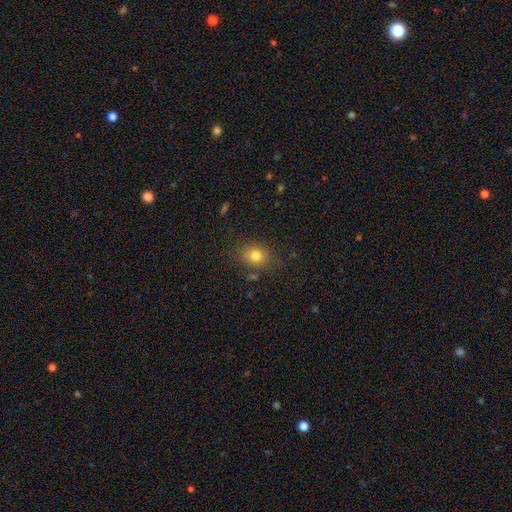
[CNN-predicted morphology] This is likely a smooth galaxy (78%). How rounded: possibly round (54%). Merging: likely none (78%).